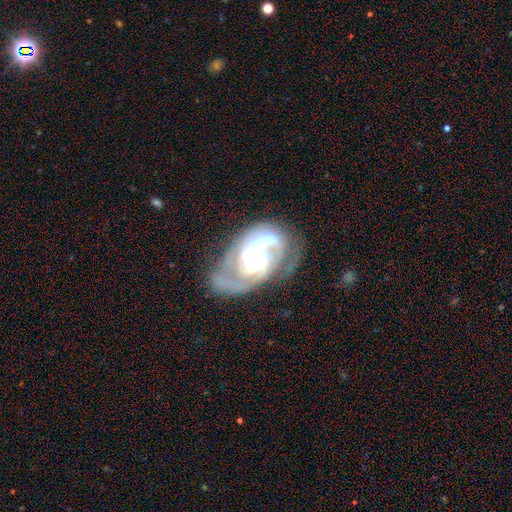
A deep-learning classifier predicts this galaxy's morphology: A featured or disk galaxy (86%) with no bar (62%), 2 (51%) tight (49%) spiral arms (90%) and a small central bulge (58%). Merging: none (54%).